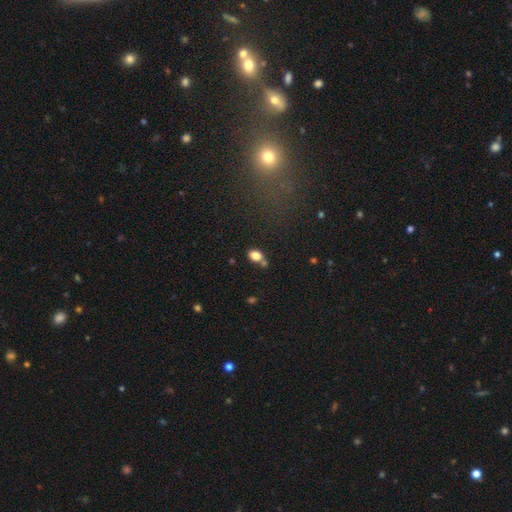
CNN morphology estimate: Q: Smooth or featured?
A: smooth (80%); runner-up: star or artifact (11%)
Q: How rounded?
A: in between (73%); runner-up: round (25%)
Q: Merging?
A: none (54%); runner-up: merger (25%)